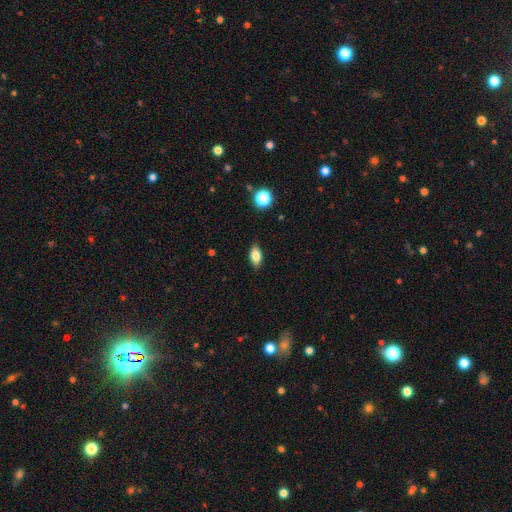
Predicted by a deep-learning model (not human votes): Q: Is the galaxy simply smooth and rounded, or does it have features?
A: smooth — 79%.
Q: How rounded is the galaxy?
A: in between — 86%.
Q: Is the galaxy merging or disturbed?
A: none — 86%.